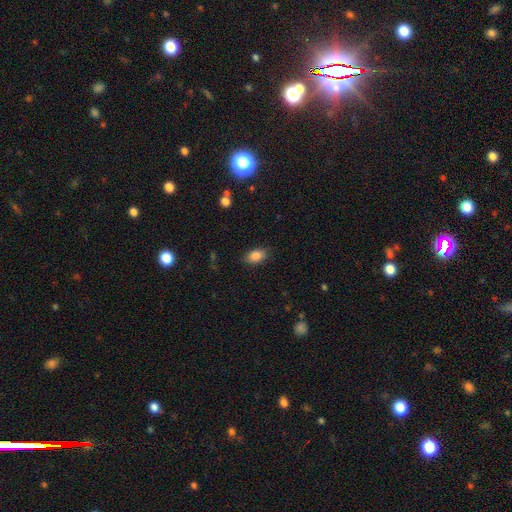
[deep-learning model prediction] A smooth galaxy with no disk features (87%) that is in between round and cigar-shaped (88%).

Vote fractions:
- Smooth or featured? smooth: 87% / star or artifact: 8% / featured or disk: 5%
- How rounded? in between: 88% / round: 10% / cigar-shaped: 2%
- Merging? none: 85% / minor disturbance: 11% / major disturbance: 3% / merger: 1%